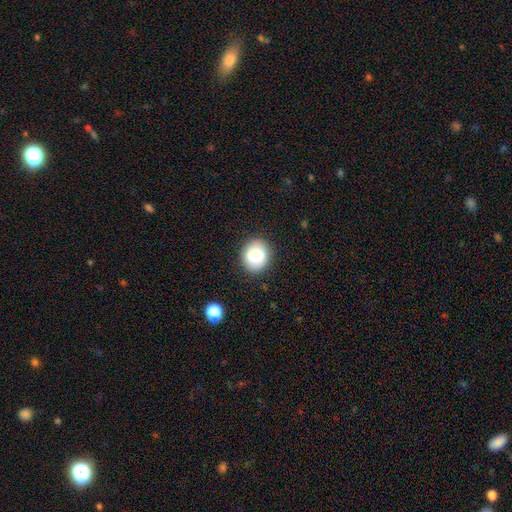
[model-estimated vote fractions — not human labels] smooth 76%, featured or disk 16%, star or artifact 8%. Down the decision tree: how rounded — round (65%); merging — none (86%).